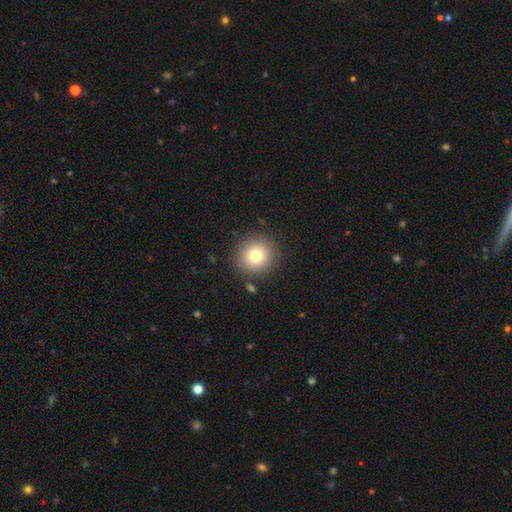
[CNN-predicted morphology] smooth-or-featured: smooth: 78% | star or artifact: 11% | featured or disk: 11%
  how-rounded: round: 93% | in between: 6% | cigar-shaped: 1%
  merging: none: 87% | minor disturbance: 7% | major disturbance: 3% | merger: 3%